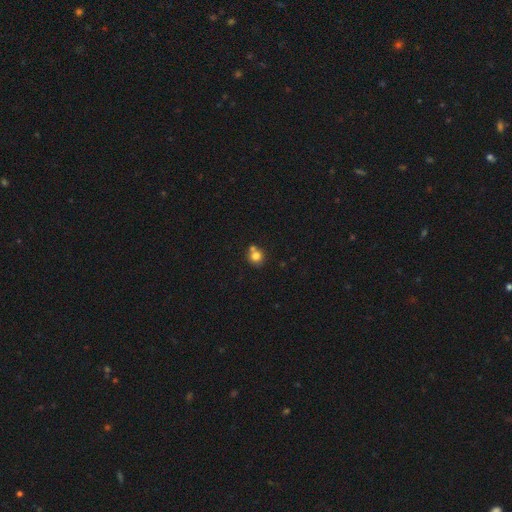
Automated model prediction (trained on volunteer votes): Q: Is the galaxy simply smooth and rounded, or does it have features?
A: smooth — 80%.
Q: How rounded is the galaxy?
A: round — 88%.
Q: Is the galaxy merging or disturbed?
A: none — 59%.